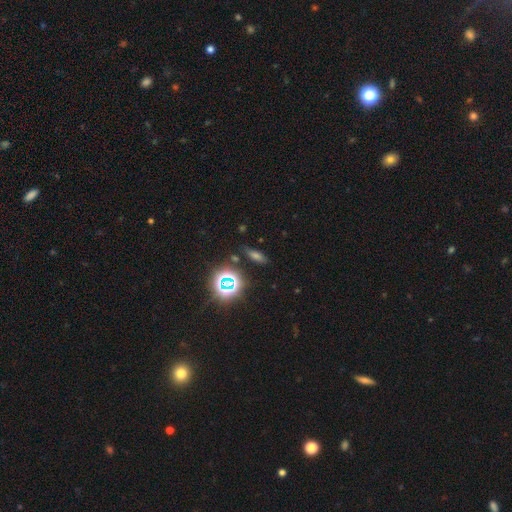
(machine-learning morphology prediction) A smooth galaxy with no disk features (47%). Merging: none (82%).